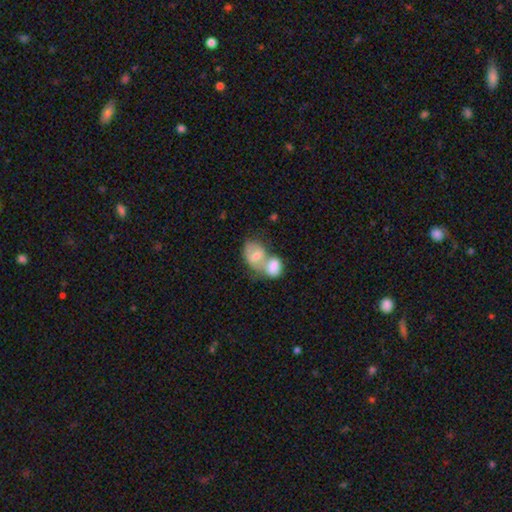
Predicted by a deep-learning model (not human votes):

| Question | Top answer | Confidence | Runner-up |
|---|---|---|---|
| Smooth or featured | smooth | 65% | featured or disk (29%) |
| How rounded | in between | 75% | round (23%) |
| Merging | merger | 75% | none (13%) |